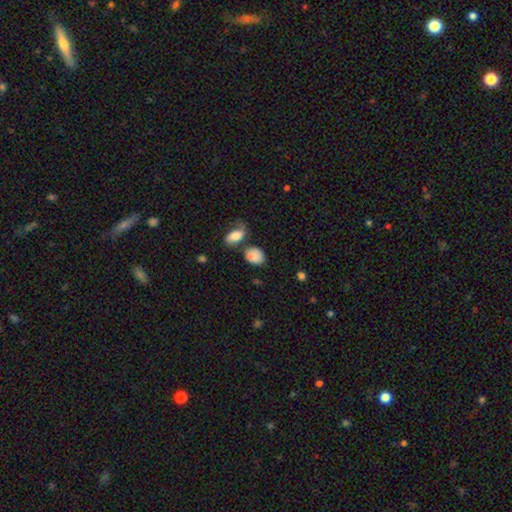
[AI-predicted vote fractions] A smooth galaxy with no disk features (83%) that is in between round and cigar-shaped (60%).

Vote fractions:
- Smooth or featured? smooth: 83% / star or artifact: 9% / featured or disk: 8%
- How rounded? in between: 60% / round: 38% / cigar-shaped: 2%
- Merging? none: 54% / minor disturbance: 20% / merger: 17% / major disturbance: 8%